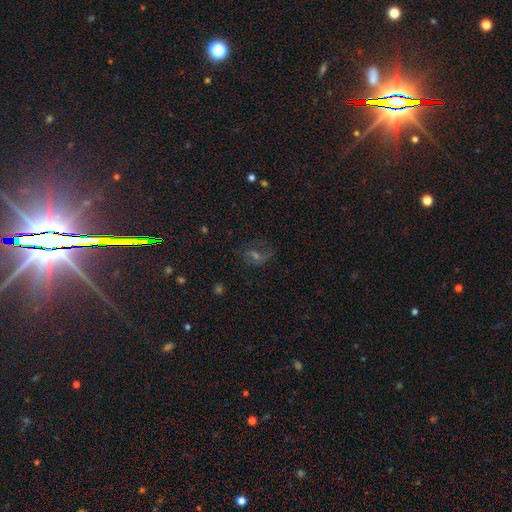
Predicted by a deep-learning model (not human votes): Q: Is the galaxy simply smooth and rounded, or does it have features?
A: featured or disk — 38%.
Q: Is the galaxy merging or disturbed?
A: none — 62%.